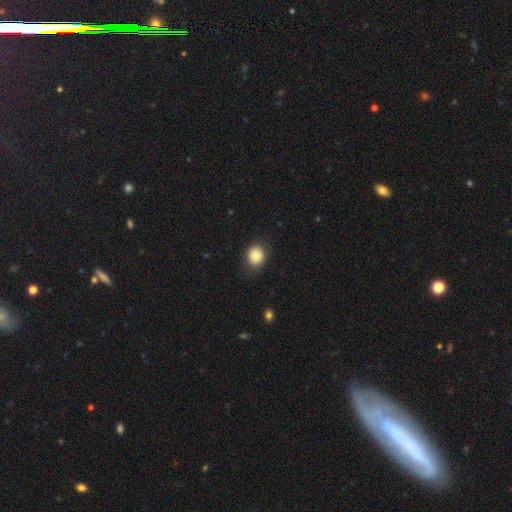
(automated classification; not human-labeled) Smooth or featured? Predicted: smooth (p=0.83). How rounded? Predicted: round (p=0.66). Merging? Predicted: none (p=0.78).